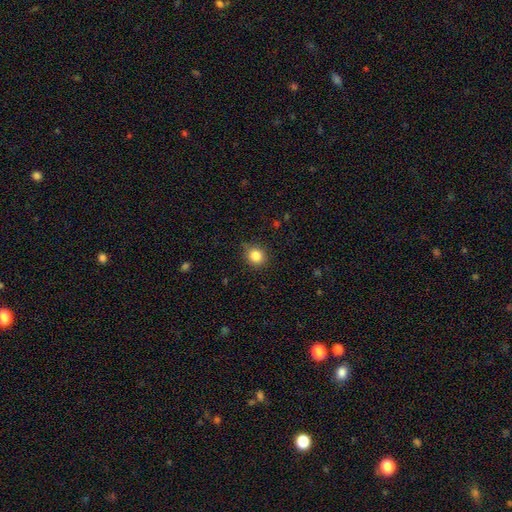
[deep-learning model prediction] Smooth or featured?
  - smooth: 84% *
  - star or artifact: 11%
  - featured or disk: 5%
How rounded?
  - round: 85% *
  - in between: 14%
  - cigar-shaped: 1%
Merging?
  - none: 85% *
  - minor disturbance: 12%
  - major disturbance: 3%
  - merger: 1%